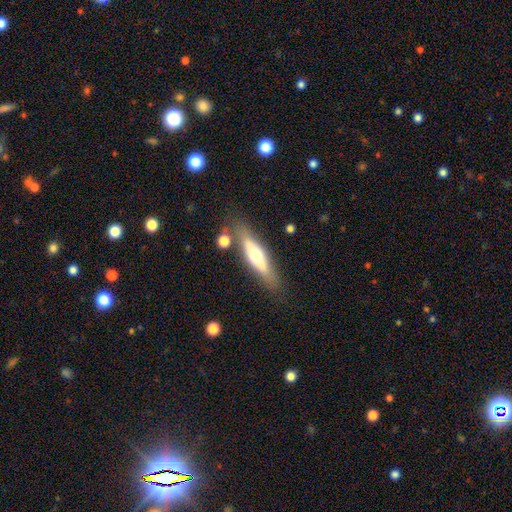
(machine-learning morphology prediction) smooth 47% (tied), featured or disk 47% (tied), star or artifact 6%. Down the decision tree: merging — none (74%).